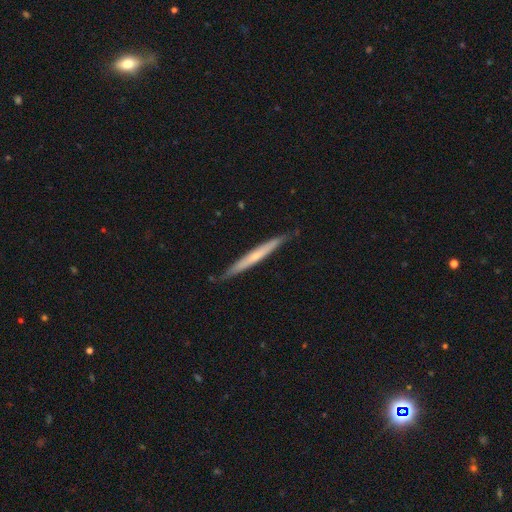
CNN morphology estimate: A featured or disk galaxy (55%) viewed edge-on (95%) with no central bulge (54%). Merging: none (85%).